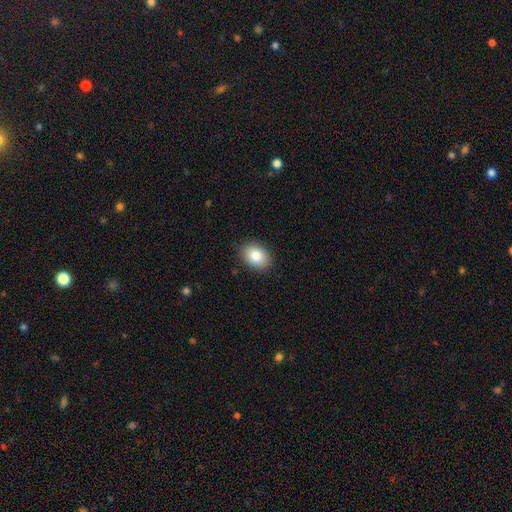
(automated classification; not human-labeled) The model was most divided on "how rounded": in between: 74%, round: 25%, cigar-shaped: 1%. More confident: merging — none (89%); smooth or featured — smooth (84%).